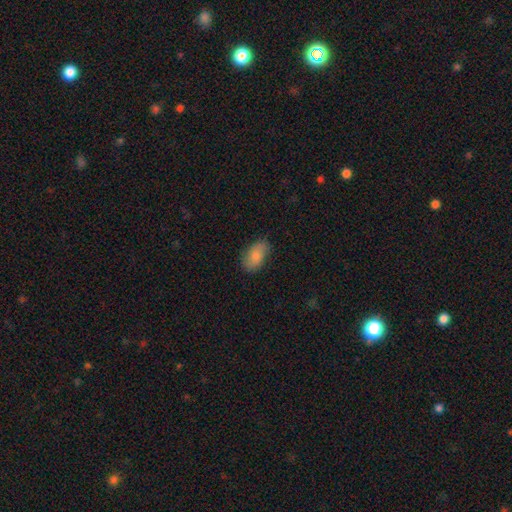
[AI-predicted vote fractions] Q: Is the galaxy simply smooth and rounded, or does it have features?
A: smooth — 83%.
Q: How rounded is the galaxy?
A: in between — 93%.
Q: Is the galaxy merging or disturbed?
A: none — 76%.